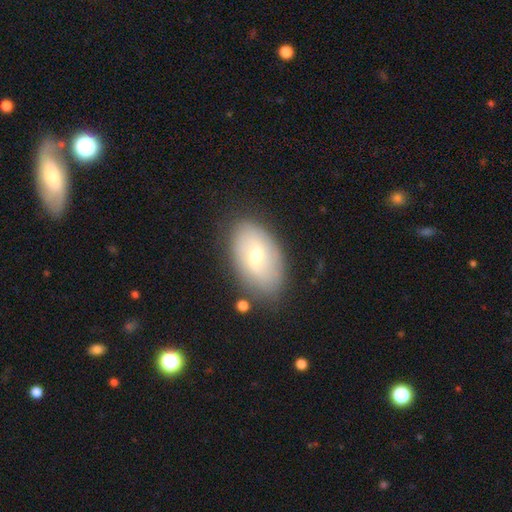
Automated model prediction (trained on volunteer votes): Smooth or featured? featured or disk (49%)
Merging? none (80%)